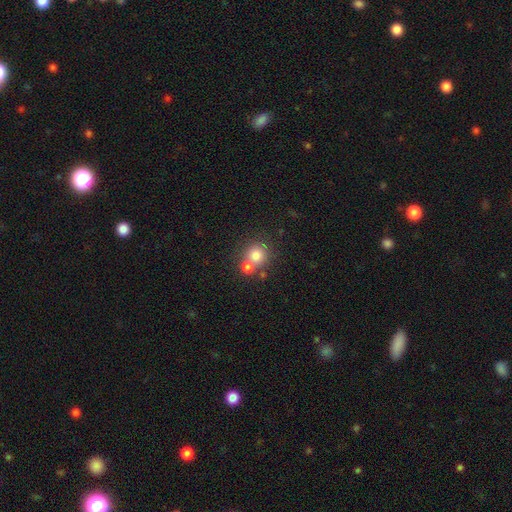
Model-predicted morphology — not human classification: Overall: smooth (76%). How rounded: round (89%). Merging: none (53%; merger 37%).